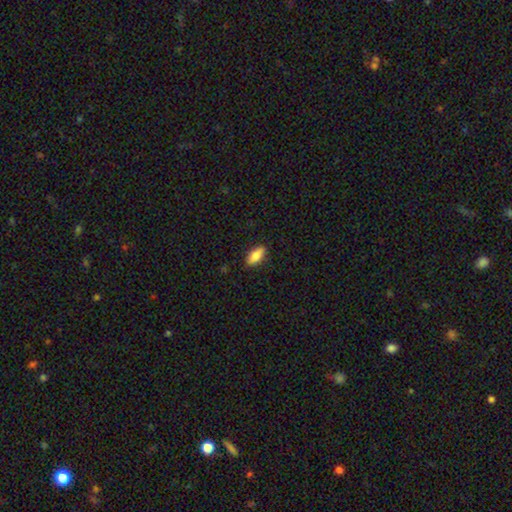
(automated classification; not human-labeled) Overall: smooth (83%). How rounded: in between (84%). Merging: none (89%).